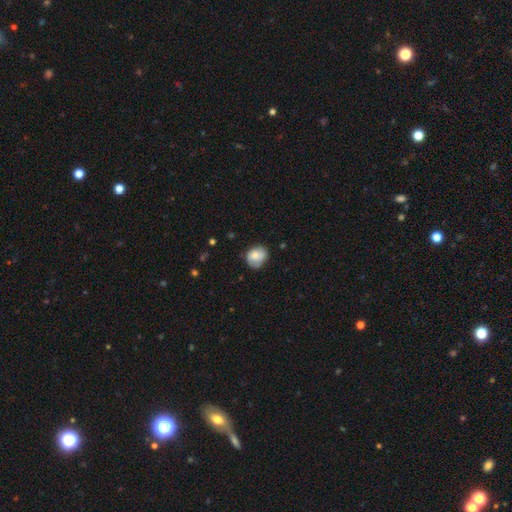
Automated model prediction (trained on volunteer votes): Smooth or featured? smooth (68%)
How rounded? round (62%)
Merging? none (60%)